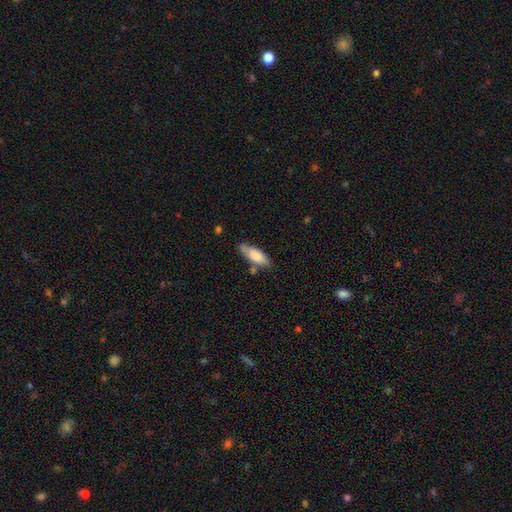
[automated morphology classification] Q: Smooth or featured?
A: smooth (80%); runner-up: featured or disk (14%)
Q: How rounded?
A: in between (62%); runner-up: cigar-shaped (36%)
Q: Merging?
A: none (67%); runner-up: minor disturbance (21%)